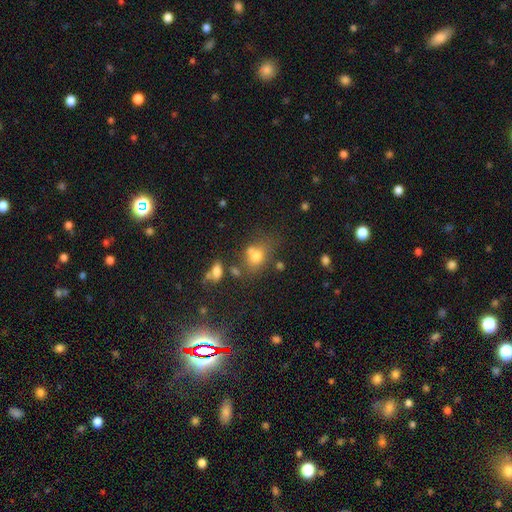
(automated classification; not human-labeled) Overall: smooth (71%). How rounded: in between (55%; round 43%). Merging: none (48%; merger 24%).